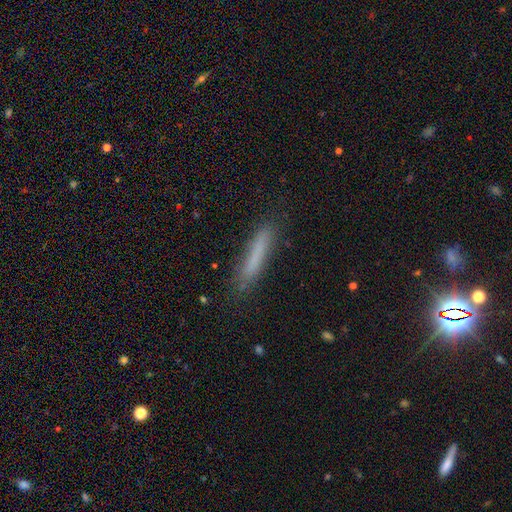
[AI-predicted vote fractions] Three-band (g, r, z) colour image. It shows a smooth galaxy with no disk features (72%) that is cigar-shaped (93%). Merging: none (84%).